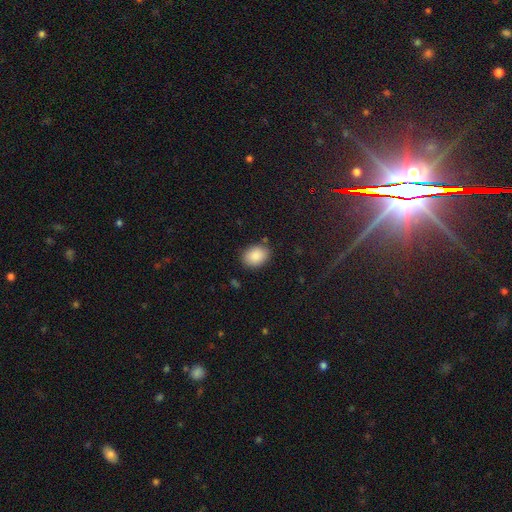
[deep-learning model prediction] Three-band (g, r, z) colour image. It shows a smooth galaxy with no disk features (88%) that is in between round and cigar-shaped (70%). Merging: none (83%).